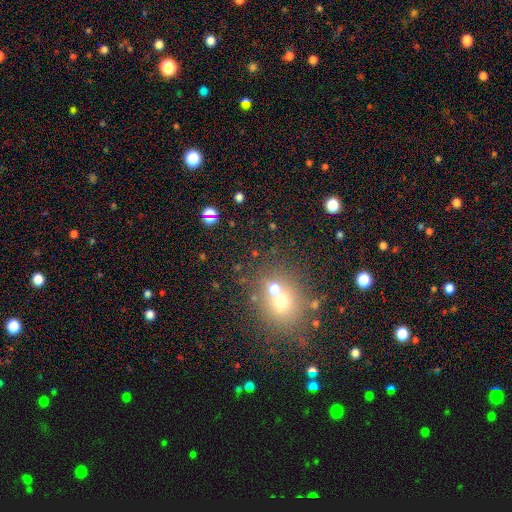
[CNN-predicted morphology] This is marginally a smooth galaxy (43%, tied with star or artifact). Merging: likely none (67%).